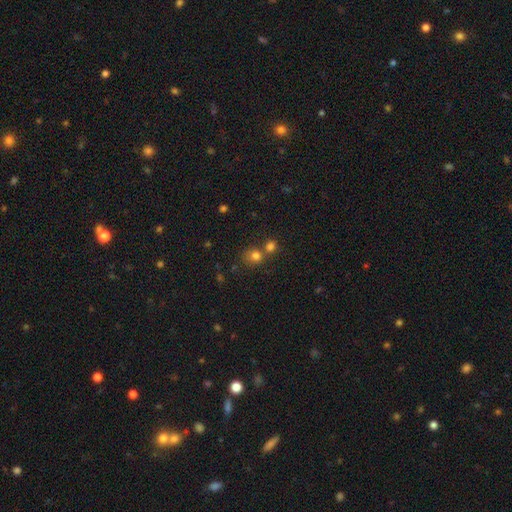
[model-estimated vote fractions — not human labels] Smooth or featured? smooth (76%)
How rounded? round (80%)
Merging? none (50%)